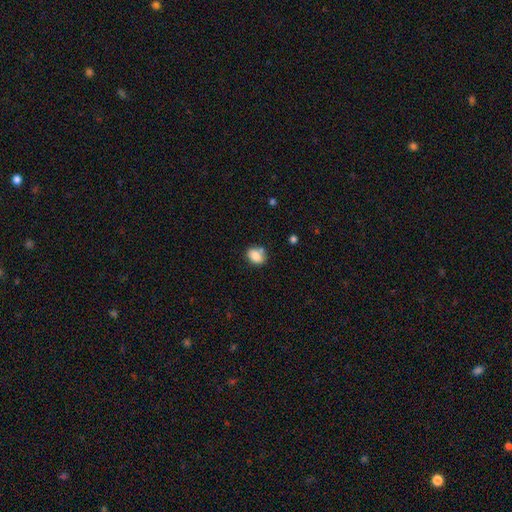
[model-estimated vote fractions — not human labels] Overall: smooth (84%). How rounded: in between (60%; round 38%). Merging: none (65%).